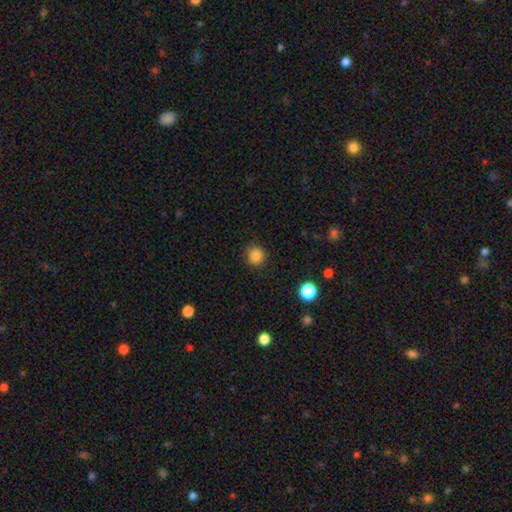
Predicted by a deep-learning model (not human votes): This appears to be a smooth galaxy with no disk features (84%) that is round (89%). Merging: none (89%).